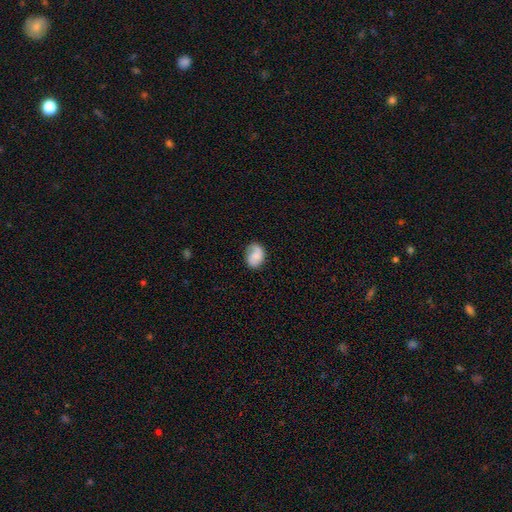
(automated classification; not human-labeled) Overall: smooth (62%; featured or disk 30%). How rounded: in between (67%; round 32%). Merging: none (66%).